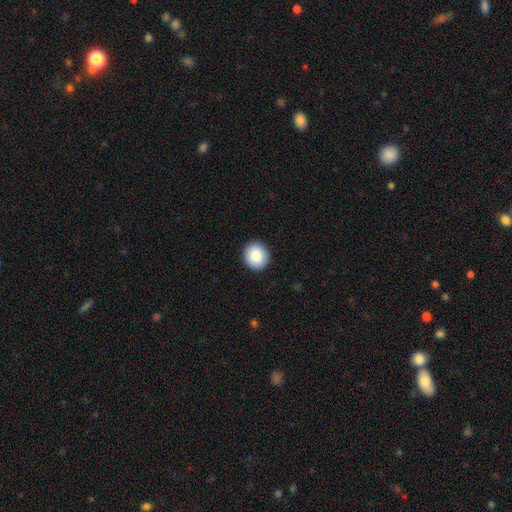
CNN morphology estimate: type=smooth (87%); roundness=round (86%); merging=none (92%).